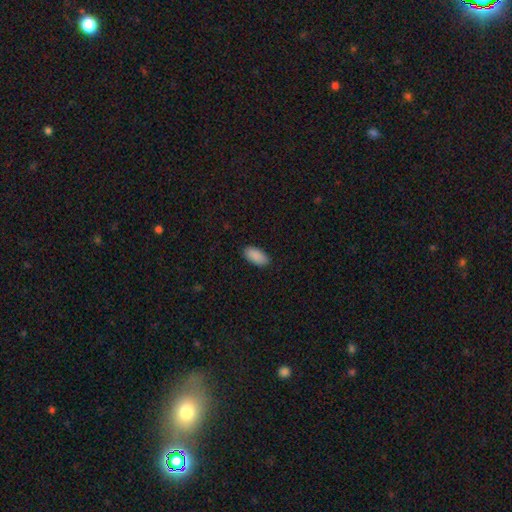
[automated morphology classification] smooth-or-featured: smooth: 91% | star or artifact: 7% | featured or disk: 3%
  how-rounded: in between: 93% | cigar-shaped: 5% | round: 2%
  merging: none: 89% | minor disturbance: 8% | major disturbance: 2% | merger: 1%